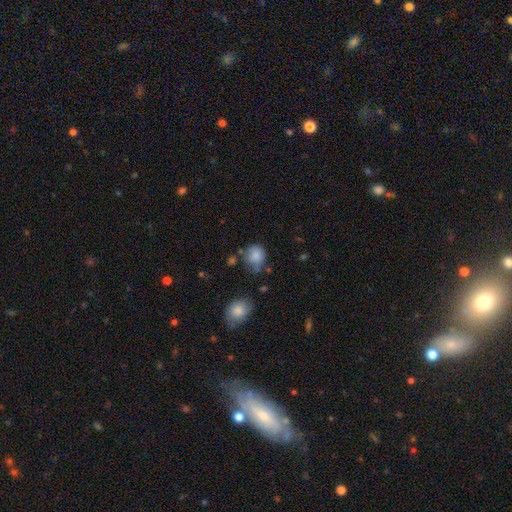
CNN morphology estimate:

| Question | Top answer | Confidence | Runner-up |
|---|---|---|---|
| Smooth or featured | smooth | 83% | star or artifact (9%) |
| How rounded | round | 72% | in between (27%) |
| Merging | none | 57% | minor disturbance (27%) |